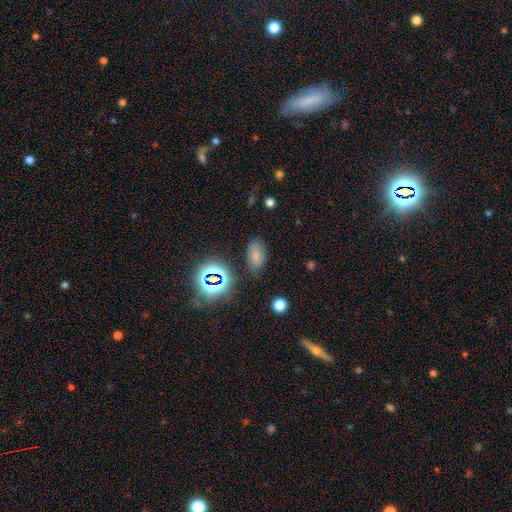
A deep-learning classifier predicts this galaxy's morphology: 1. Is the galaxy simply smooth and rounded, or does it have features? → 67% smooth, 22% star or artifact, 12% featured or disk.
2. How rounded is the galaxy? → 90% in between, 8% round, 3% cigar-shaped.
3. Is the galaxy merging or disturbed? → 76% none, 16% minor disturbance, 5% major disturbance, 3% merger.